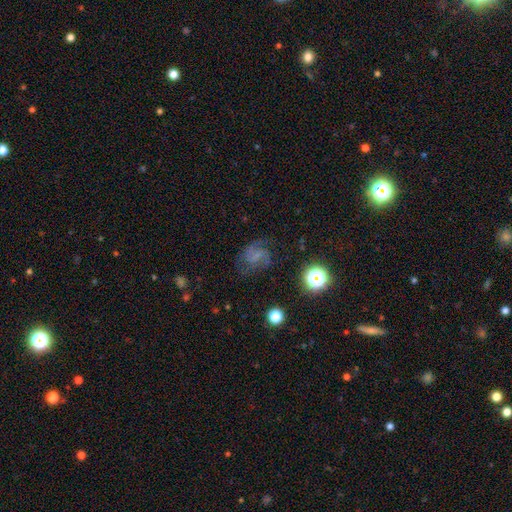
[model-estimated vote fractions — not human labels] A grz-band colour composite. It shows a featured or disk galaxy (59%) with no bar (49%), 2 (69%) medium (50%) spiral arms (90%) and no central bulge (50%). Merging: none (62%).